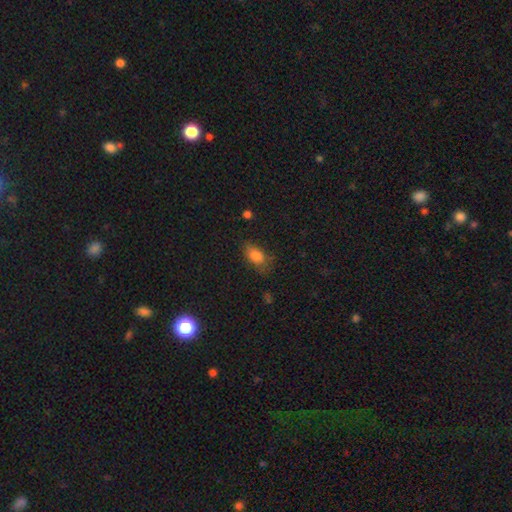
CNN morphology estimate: Q: Smooth or featured?
A: smooth (81%); runner-up: star or artifact (10%)
Q: How rounded?
A: in between (86%); runner-up: round (9%)
Q: Merging?
A: none (61%); runner-up: minor disturbance (27%)